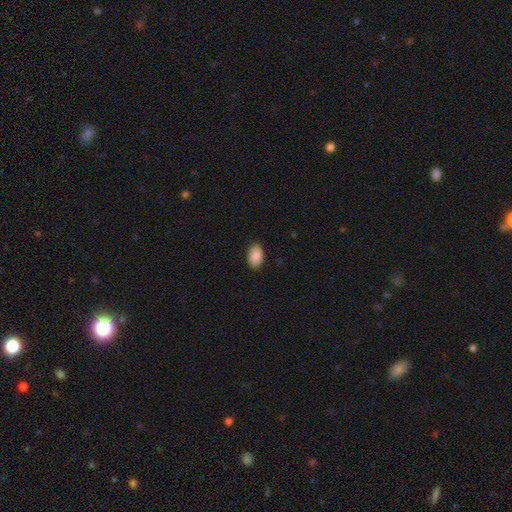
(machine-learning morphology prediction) Overall: smooth (89%). How rounded: in between (93%). Merging: none (89%).